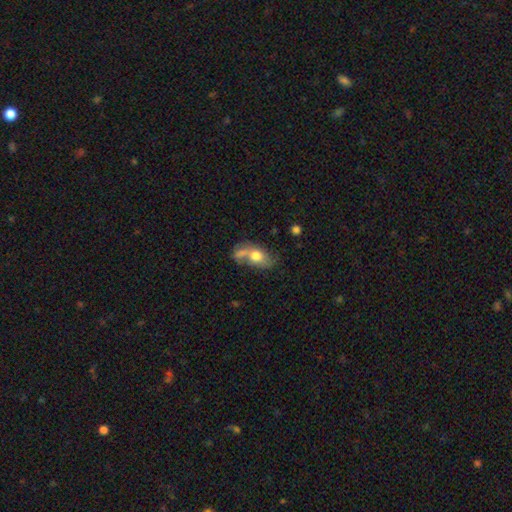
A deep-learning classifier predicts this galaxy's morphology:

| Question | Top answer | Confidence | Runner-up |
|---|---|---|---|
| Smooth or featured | smooth | 63% | featured or disk (27%) |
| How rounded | in between | 78% | round (18%) |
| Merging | none | 34% | merger (33%) |